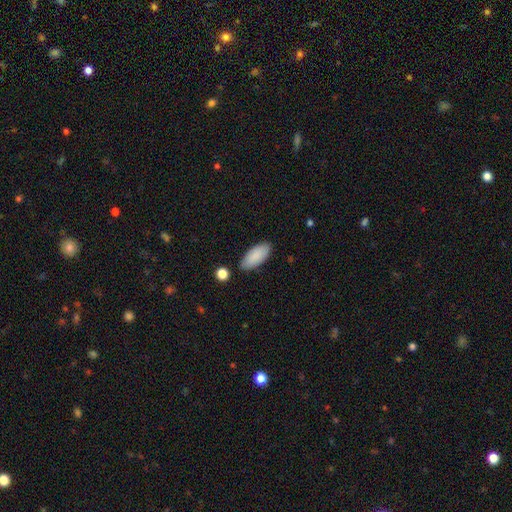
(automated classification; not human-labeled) Morphology: type=smooth (88%); roundness=in between (89%); merging=none (84%).